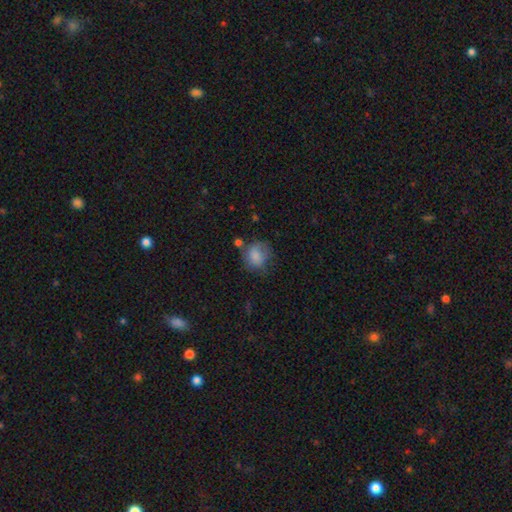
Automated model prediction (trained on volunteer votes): Q: Smooth or featured?
A: smooth (77%); runner-up: featured or disk (14%)
Q: How rounded?
A: round (64%); runner-up: in between (35%)
Q: Merging?
A: none (46%); runner-up: minor disturbance (29%)